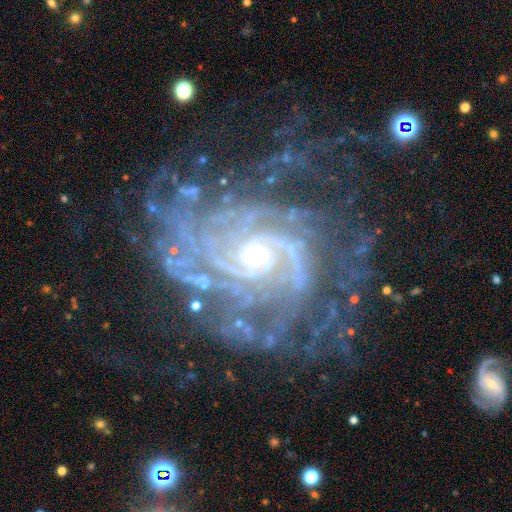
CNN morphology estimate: Overall: featured or disk (91%). Edge-on disk: no (98%). Bar: no (71%). Spiral arms: yes (98%). Spiral arm count: can't tell (24%; 4 18%). Spiral winding: tight (72%). Bulge size: small (69%). Merging: none (64%).